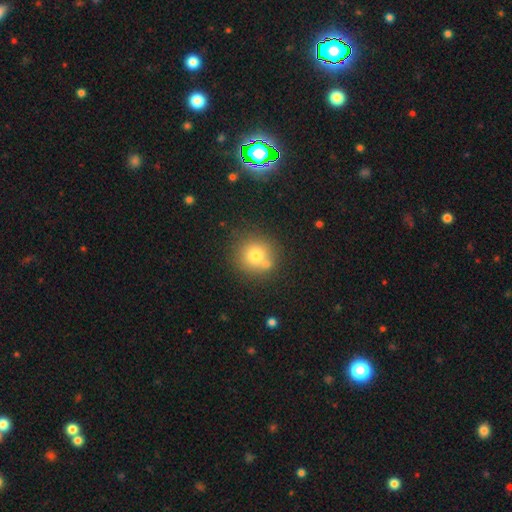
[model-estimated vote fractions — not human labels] A smooth galaxy with no disk features (75%) that is round (92%). Merging: none (69%).